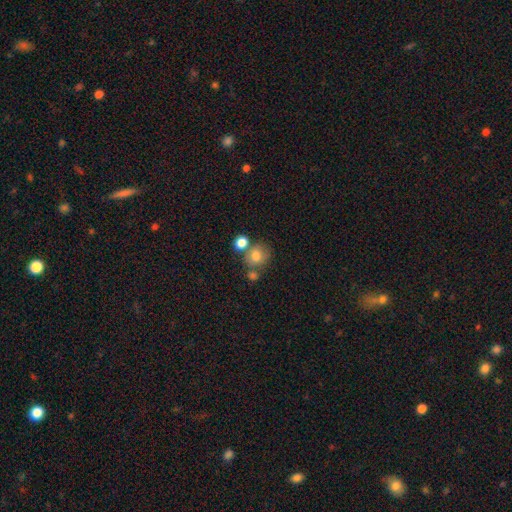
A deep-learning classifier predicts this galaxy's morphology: Smooth or featured: smooth — 76% (featured or disk — 12%)
How rounded: round — 74% (in between — 25%)
Merging: none — 54% (merger — 27%)